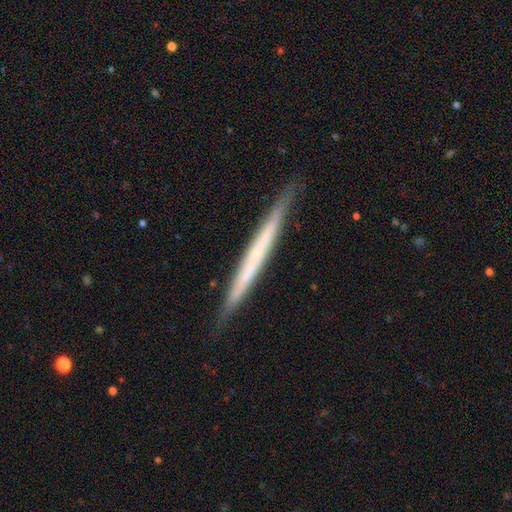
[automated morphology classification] This appears to be a featured or disk galaxy (57%) viewed edge-on (96%) with no central bulge (87%). Merging: none (89%).